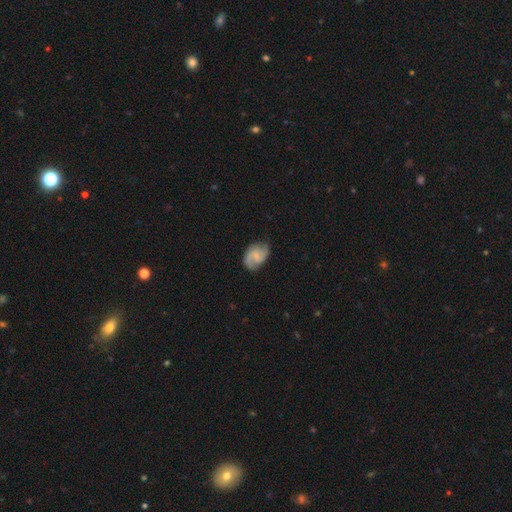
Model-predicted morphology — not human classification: featured or disk 68%, smooth 26%, star or artifact 7%. Down the decision tree: edge-on disk — no (98%); bar — weak (45%, tied with no); spiral arms — yes (94%); spiral arm count — 2 (84%); spiral winding — medium (46%); bulge size — none (45%); merging — none (72%).